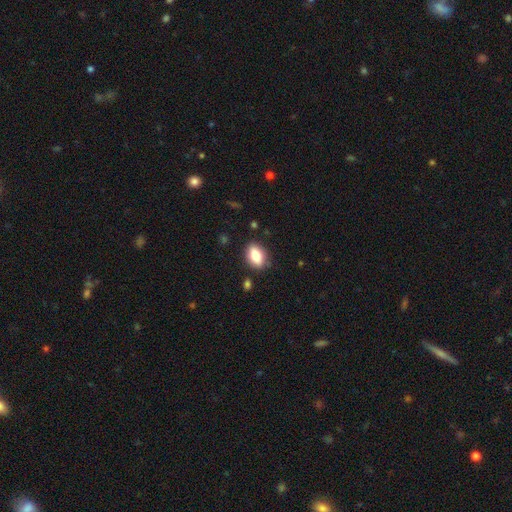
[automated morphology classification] smooth-or-featured: smooth: 78% | featured or disk: 14% | star or artifact: 8%
  how-rounded: in between: 83% | round: 12% | cigar-shaped: 5%
  merging: none: 82% | minor disturbance: 13% | major disturbance: 3% | merger: 2%